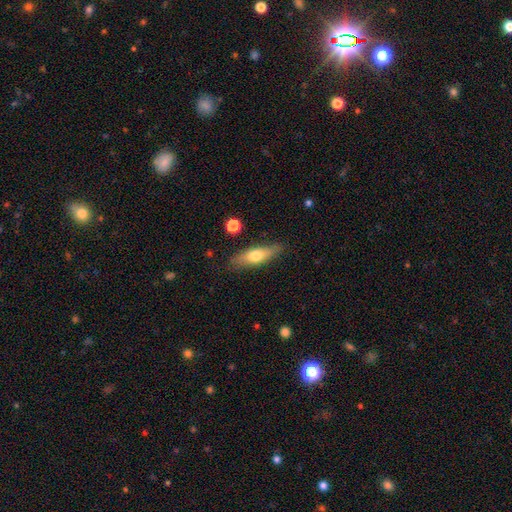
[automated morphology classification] smooth-or-featured: smooth: 62% | featured or disk: 31% | star or artifact: 6%
  how-rounded: cigar-shaped: 52% | in between: 45% | round: 3%
  merging: none: 81% | minor disturbance: 14% | major disturbance: 3% | merger: 2%